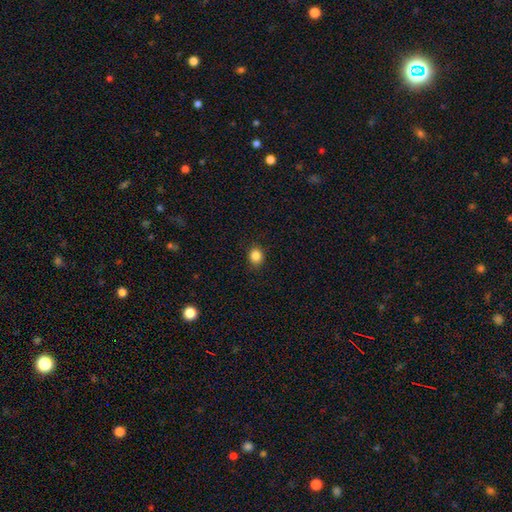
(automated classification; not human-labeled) Smooth or featured?
  - smooth: 85% *
  - star or artifact: 11%
  - featured or disk: 4%
How rounded?
  - round: 77% *
  - in between: 22%
  - cigar-shaped: 1%
Merging?
  - none: 89% *
  - minor disturbance: 8%
  - major disturbance: 2%
  - merger: 1%